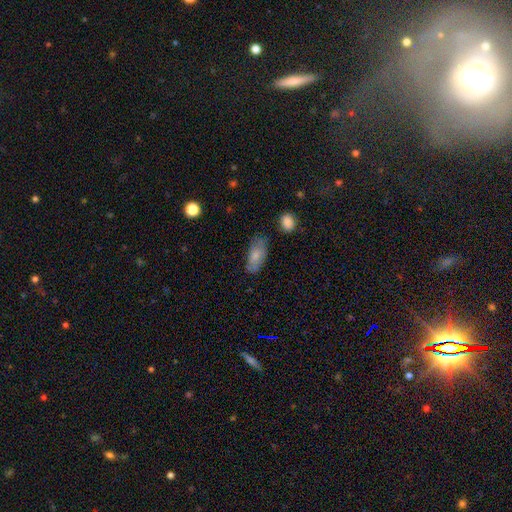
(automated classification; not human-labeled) A smooth galaxy with no disk features (76%) that is in between round and cigar-shaped (87%).

Vote fractions:
- Smooth or featured? smooth: 76% / featured or disk: 17% / star or artifact: 7%
- How rounded? in between: 87% / cigar-shaped: 10% / round: 3%
- Merging? none: 68% / minor disturbance: 23% / major disturbance: 5% / merger: 3%